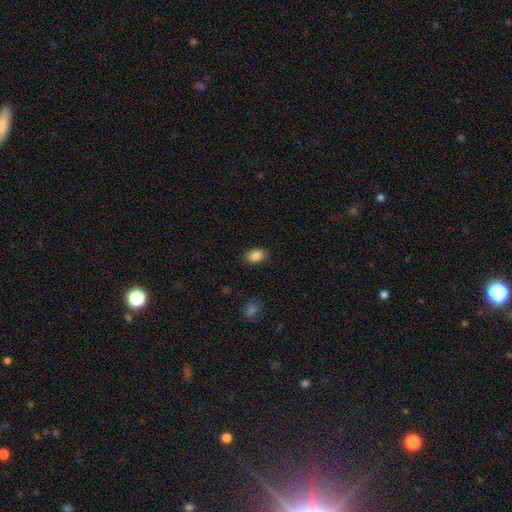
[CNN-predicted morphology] The model was most divided on "how rounded": in between: 85%, round: 13%, cigar-shaped: 1%. More confident: smooth or featured — smooth (87%); merging — none (87%).